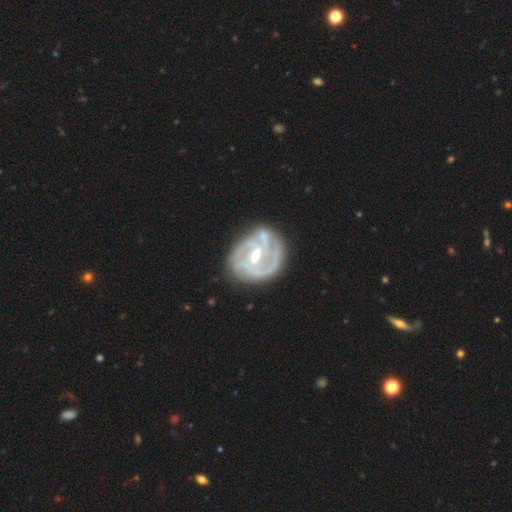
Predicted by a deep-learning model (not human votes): This appears to be a featured or disk galaxy (86%) with a weak bar (49%), 2 (49%) tight (53%) spiral arms (92%) and a moderate central bulge (63%). Merging: none (66%).